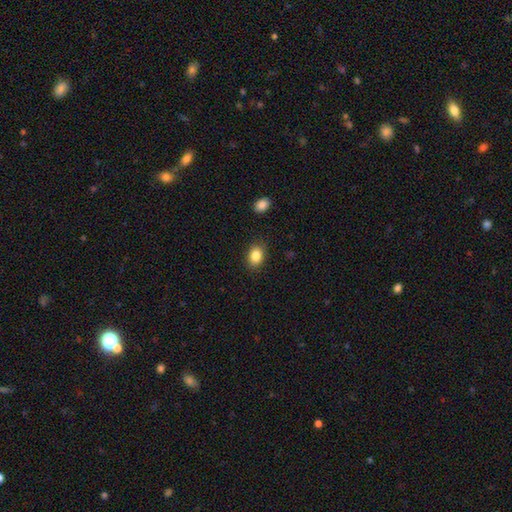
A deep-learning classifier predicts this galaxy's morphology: A smooth galaxy with no disk features (85%) that is in between round and cigar-shaped (74%).

Vote fractions:
- Smooth or featured? smooth: 85% / star or artifact: 9% / featured or disk: 6%
- How rounded? in between: 74% / round: 25% / cigar-shaped: 1%
- Merging? none: 86% / minor disturbance: 10% / major disturbance: 3% / merger: 1%